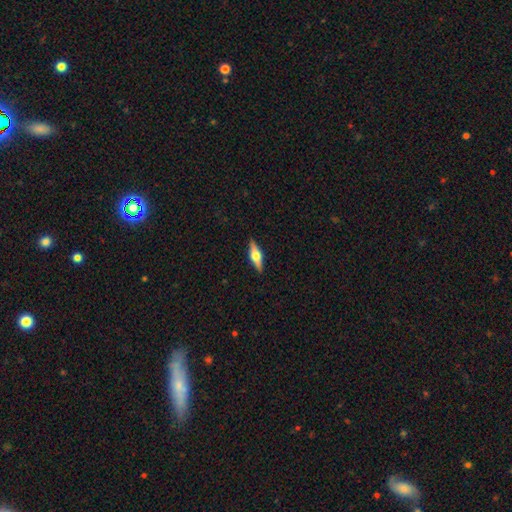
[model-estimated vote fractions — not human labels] featured or disk 64%, smooth 30%, star or artifact 6%. Down the decision tree: edge-on disk — yes (96%); edge-on bulge — rounded (94%); merging — none (90%).